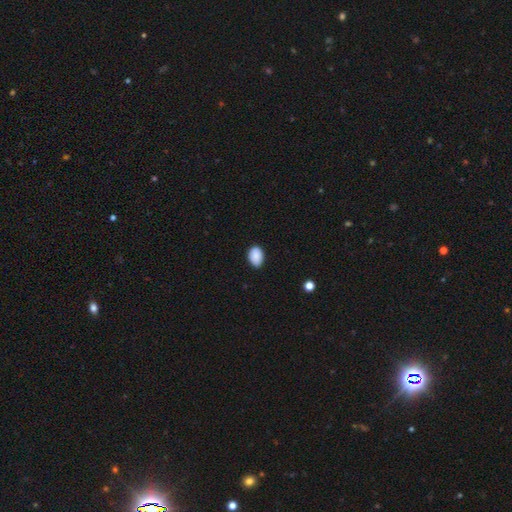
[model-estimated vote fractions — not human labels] Q: Smooth or featured?
A: smooth (90%); runner-up: star or artifact (7%)
Q: How rounded?
A: in between (83%); runner-up: round (16%)
Q: Merging?
A: none (82%); runner-up: minor disturbance (14%)